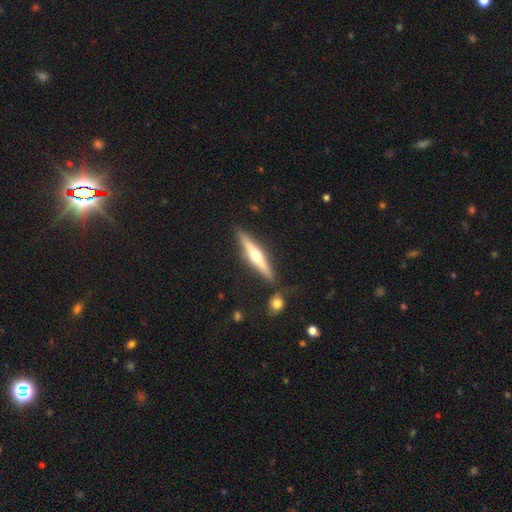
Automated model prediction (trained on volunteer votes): smooth_or_featured: featured or disk (p=0.66) [alt: smooth p=0.28]
disk_edge_on: yes (p=0.96) [alt: no p=0.04]
edge_on_bulge: rounded (p=0.93) [alt: none p=0.05]
merging: none (p=0.83) [alt: minor disturbance p=0.10]